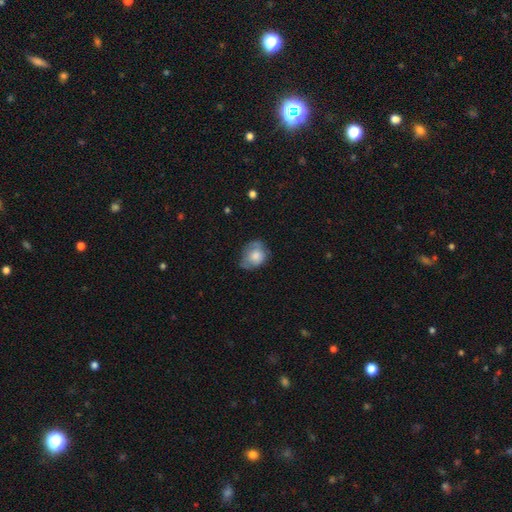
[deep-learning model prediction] smooth 70%, featured or disk 22%, star or artifact 8%. Down the decision tree: how rounded — in between (50%); merging — none (46%).